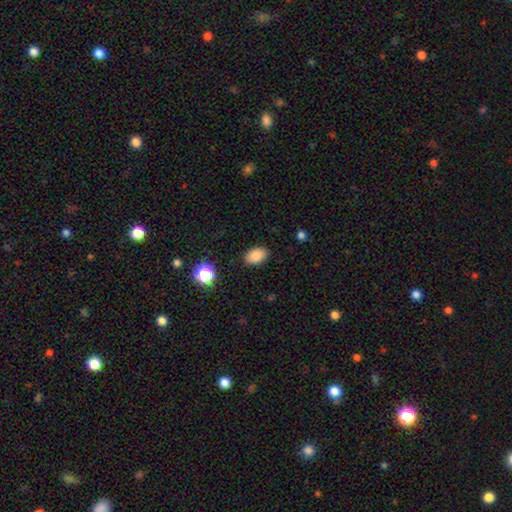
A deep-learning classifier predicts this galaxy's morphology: Overall: smooth (84%). How rounded: in between (86%). Merging: none (87%).